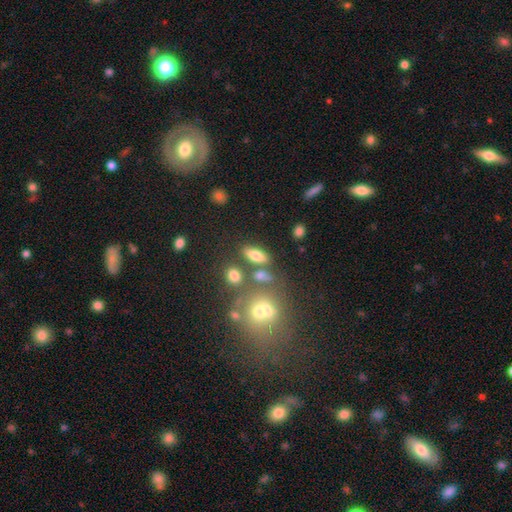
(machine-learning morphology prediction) smooth_or_featured: smooth (p=0.70) [alt: featured or disk p=0.18]
how_rounded: in between (p=0.70) [alt: cigar-shaped p=0.21]
merging: none (p=0.69) [alt: merger p=0.14]